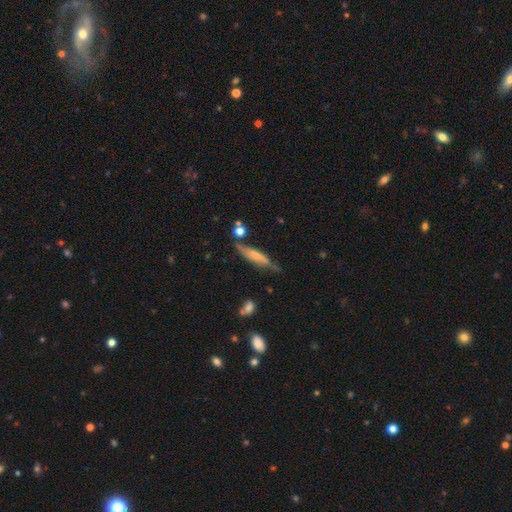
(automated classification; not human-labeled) A featured or disk galaxy (47%). Merging: none (63%).